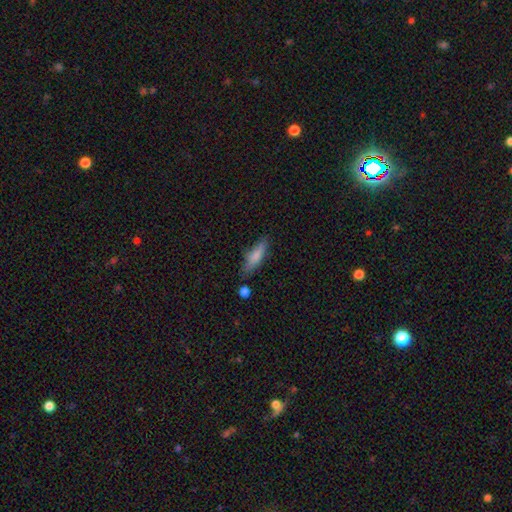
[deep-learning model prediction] Overall: smooth (76%). How rounded: cigar-shaped (61%; in between 36%). Merging: none (72%).